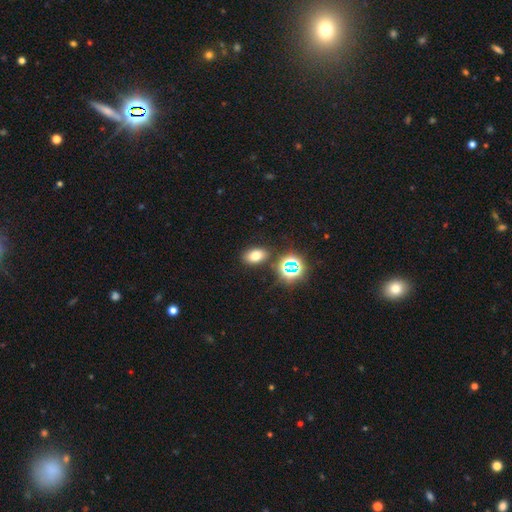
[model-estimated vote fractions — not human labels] Smooth or featured? Predicted: smooth (p=0.69). How rounded? Predicted: in between (p=0.80). Merging? Predicted: none (p=0.82).